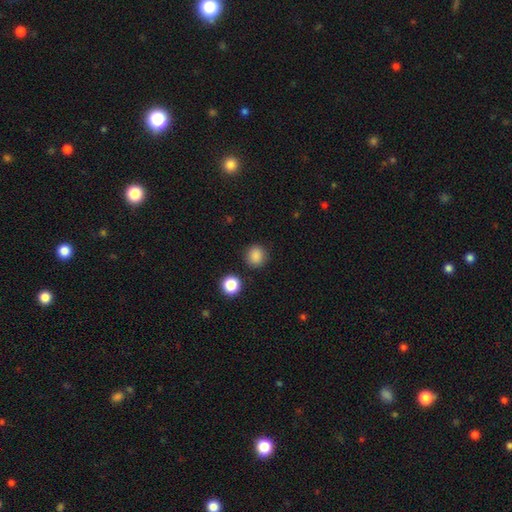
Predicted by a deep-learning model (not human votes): A smooth galaxy with no disk features (86%) that is round (88%).

Vote fractions:
- Smooth or featured? smooth: 86% / star or artifact: 11% / featured or disk: 3%
- How rounded? round: 88% / in between: 11% / cigar-shaped: 1%
- Merging? none: 88% / minor disturbance: 7% / major disturbance: 3% / merger: 2%